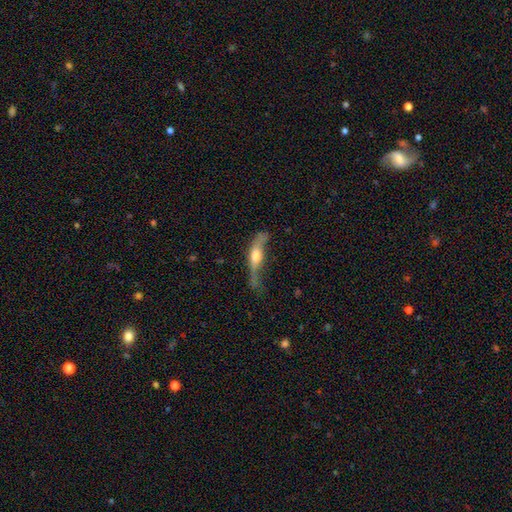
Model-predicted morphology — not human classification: Smooth or featured? Predicted: featured or disk (p=0.58). Edge-on disk? Predicted: yes (p=0.81). Merging? Predicted: none (p=0.40).